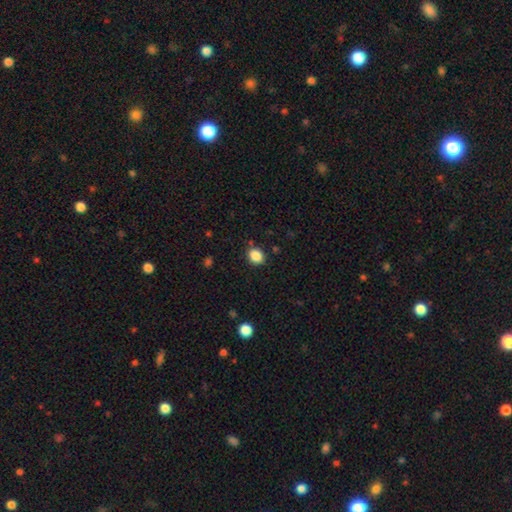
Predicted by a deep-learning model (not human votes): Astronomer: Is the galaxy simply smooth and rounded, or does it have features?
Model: smooth — 86%.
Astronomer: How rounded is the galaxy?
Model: round — 65%.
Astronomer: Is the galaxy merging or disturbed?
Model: none — 84%.